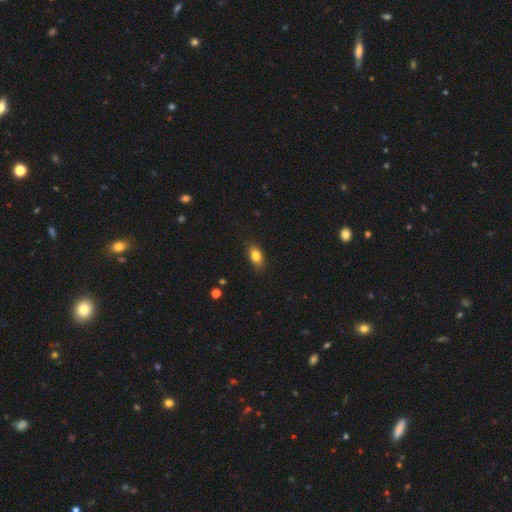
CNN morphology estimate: smooth_or_featured: smooth (p=0.80) [alt: featured or disk p=0.11]
how_rounded: in between (p=0.83) [alt: round p=0.11]
merging: none (p=0.84) [alt: minor disturbance p=0.13]